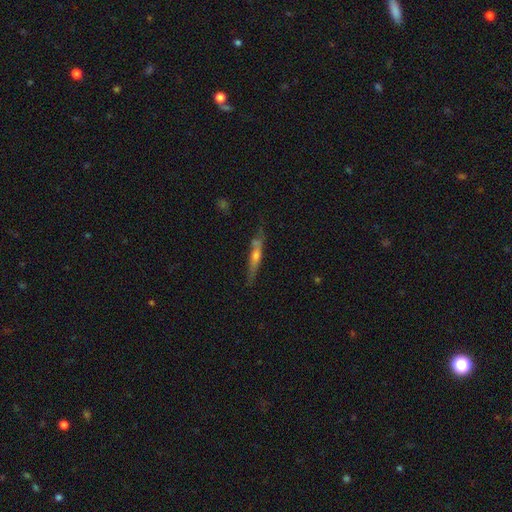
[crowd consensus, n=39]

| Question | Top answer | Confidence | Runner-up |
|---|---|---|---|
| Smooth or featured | featured or disk | 62% | smooth (38%) |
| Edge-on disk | yes | 96% | no (4%) |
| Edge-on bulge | rounded | 57% | none (39%) |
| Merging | none | 59% | minor disturbance (26%) |